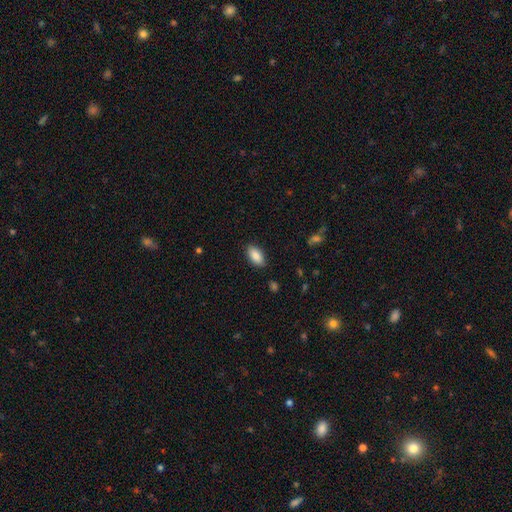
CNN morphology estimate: Overall: smooth (88%). How rounded: in between (92%). Merging: none (86%).